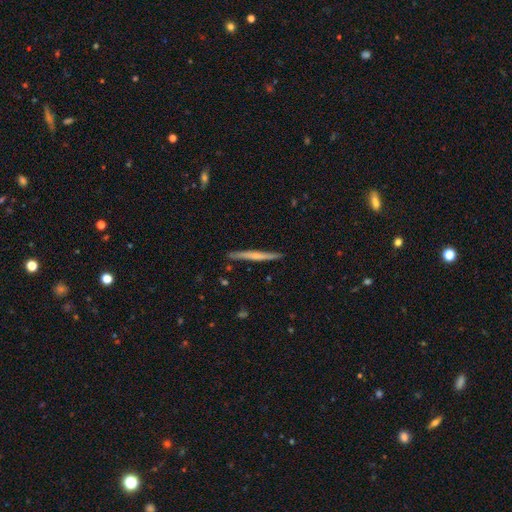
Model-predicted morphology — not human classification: type=featured or disk (57%); edge-on=yes (97%); edge-on bulge=rounded (47%); merging=none (89%).